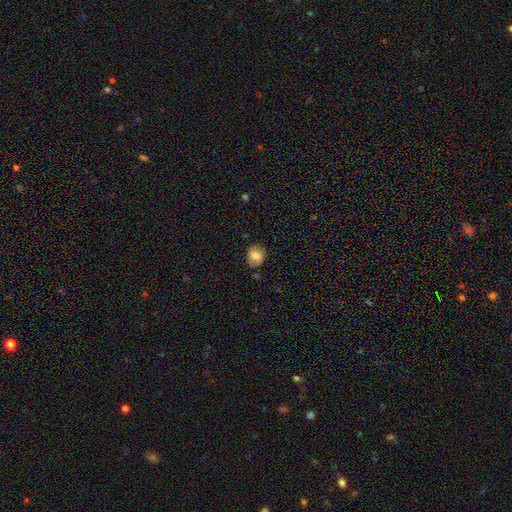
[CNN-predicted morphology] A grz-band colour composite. It shows a smooth galaxy with no disk features (69%) that is in between round and cigar-shaped (53%). Merging: none (78%).